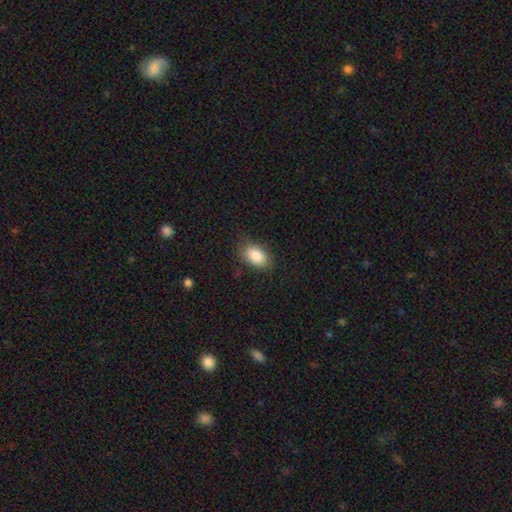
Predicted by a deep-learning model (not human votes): smooth_or_featured: smooth (p=0.85) [alt: featured or disk p=0.08]
how_rounded: in between (p=0.90) [alt: round p=0.08]
merging: none (p=0.79) [alt: minor disturbance p=0.16]